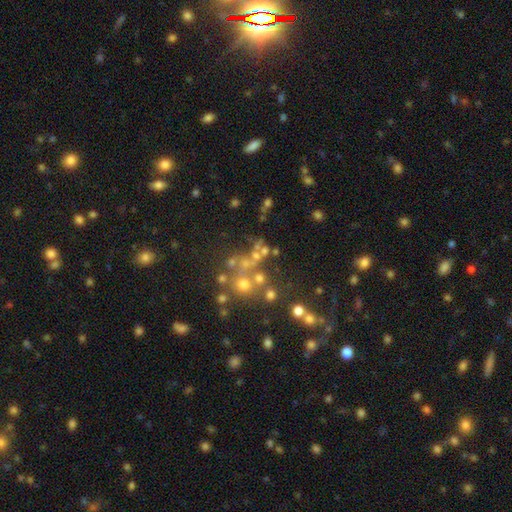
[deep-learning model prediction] This is marginally a smooth galaxy (44%). Merging: possibly none (51%).